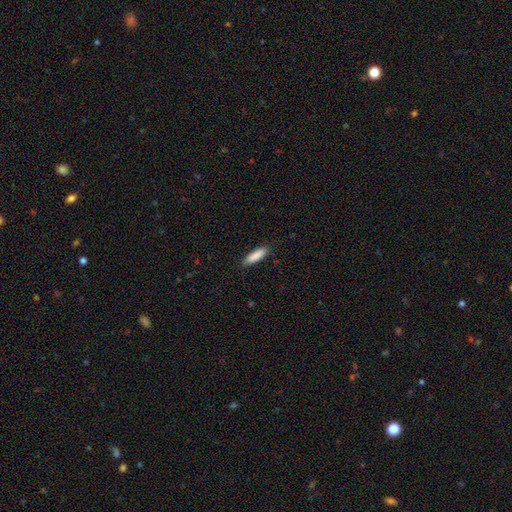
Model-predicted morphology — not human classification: Overall: smooth (88%). How rounded: cigar-shaped (68%; in between 31%). Merging: none (88%).